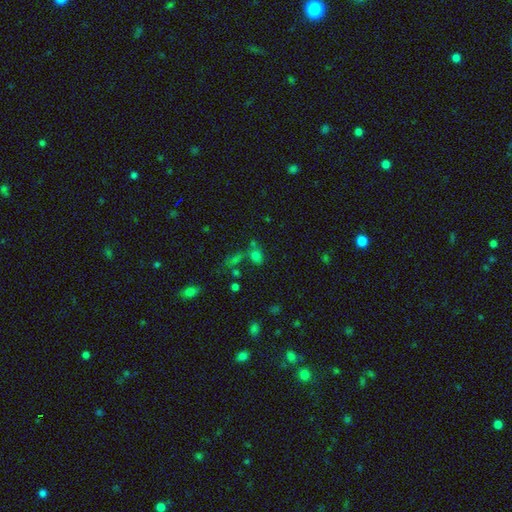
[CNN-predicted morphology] This appears to be a smooth galaxy with no disk features (65%) that is in between round and cigar-shaped (54%). Merging: none (50%).